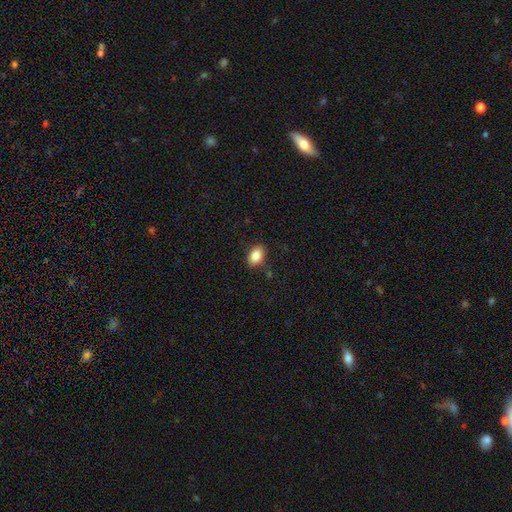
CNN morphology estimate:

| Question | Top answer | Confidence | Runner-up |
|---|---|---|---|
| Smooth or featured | smooth | 86% | star or artifact (8%) |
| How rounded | in between | 84% | round (15%) |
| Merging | none | 84% | minor disturbance (12%) |